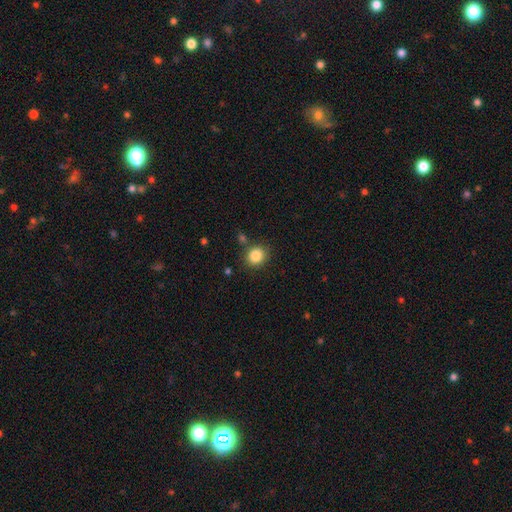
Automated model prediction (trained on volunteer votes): A smooth galaxy with no disk features (85%) that is round (78%).

Vote fractions:
- Smooth or featured? smooth: 85% / star or artifact: 10% / featured or disk: 5%
- How rounded? round: 78% / in between: 21% / cigar-shaped: 1%
- Merging? none: 82% / minor disturbance: 10% / merger: 5% / major disturbance: 3%